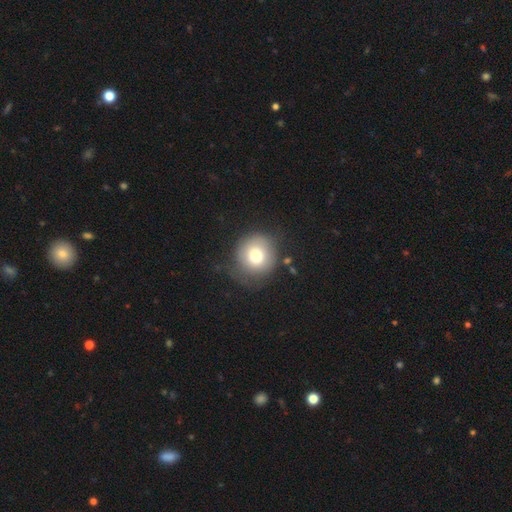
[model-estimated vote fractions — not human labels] This appears to be a smooth galaxy with no disk features (74%) that is round (92%). Merging: none (66%).